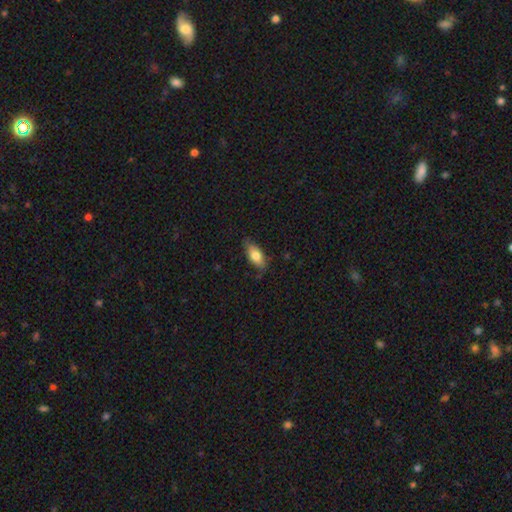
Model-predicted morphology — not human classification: The model was most divided on "smooth or featured": smooth: 75%, featured or disk: 19%, star or artifact: 7%. More confident: how rounded — in between (82%); merging — none (78%).